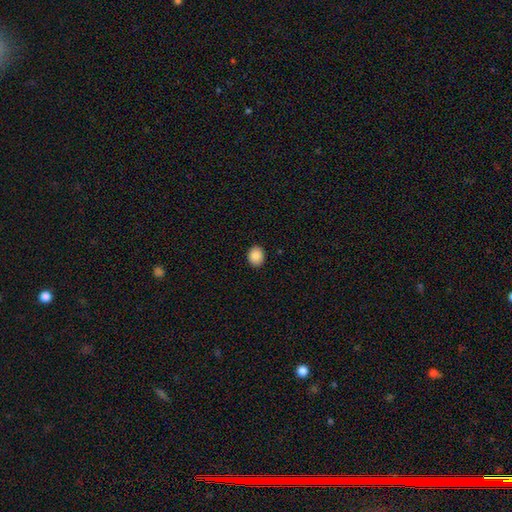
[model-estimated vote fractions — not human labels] smooth_or_featured: smooth (p=0.88) [alt: star or artifact p=0.08]
how_rounded: round (p=0.62) [alt: in between p=0.37]
merging: none (p=0.91) [alt: minor disturbance p=0.06]